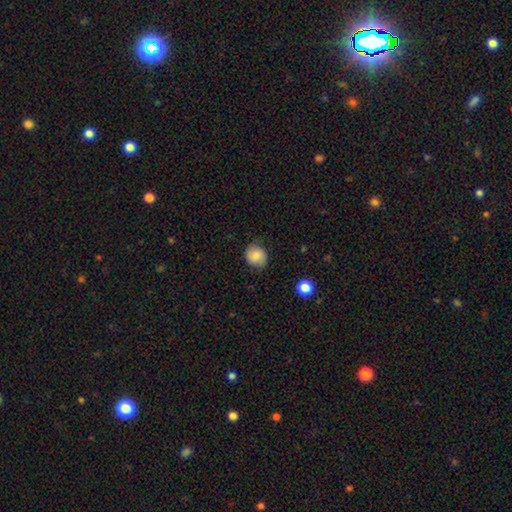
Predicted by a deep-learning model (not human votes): smooth 82%, featured or disk 10%, star or artifact 9%. Down the decision tree: how rounded — round (78%); merging — none (79%).